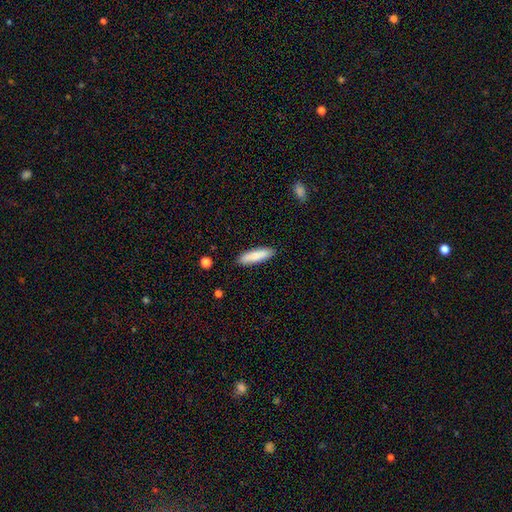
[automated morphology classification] smooth 83%, featured or disk 11%, star or artifact 6%. Down the decision tree: how rounded — cigar-shaped (66%); merging — none (88%).